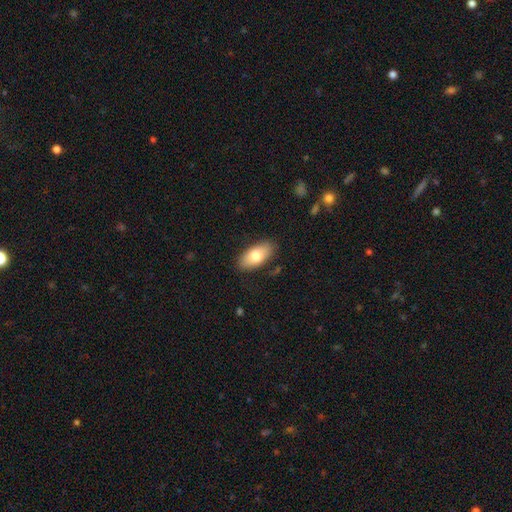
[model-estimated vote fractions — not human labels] smooth-or-featured: smooth: 76% | featured or disk: 18% | star or artifact: 6%
  how-rounded: in between: 90% | cigar-shaped: 7% | round: 3%
  merging: none: 85% | minor disturbance: 11% | major disturbance: 3% | merger: 1%